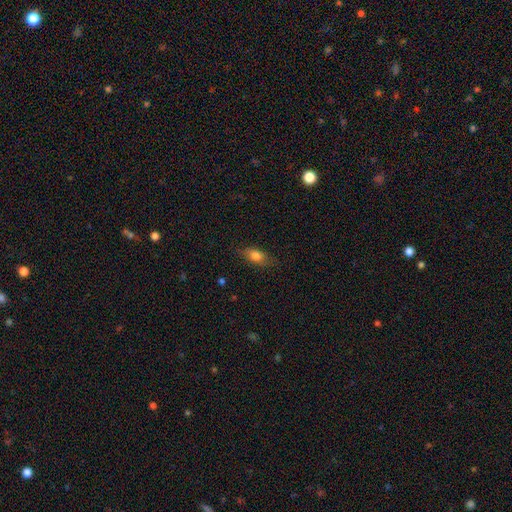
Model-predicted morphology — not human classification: smooth_or_featured: smooth (p=0.77) [alt: featured or disk p=0.14]
how_rounded: in between (p=0.81) [alt: cigar-shaped p=0.12]
merging: none (p=0.79) [alt: minor disturbance p=0.16]